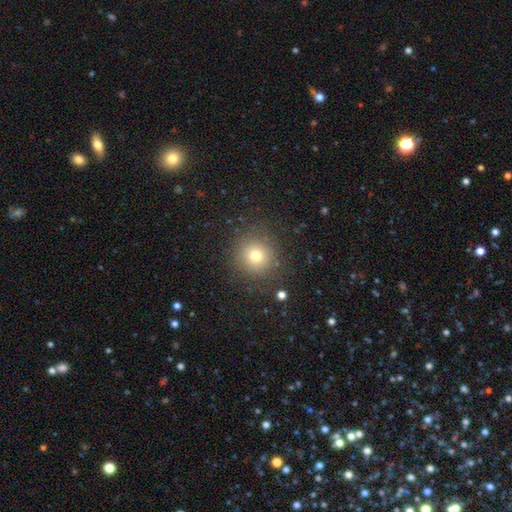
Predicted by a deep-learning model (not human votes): Morphology: type=smooth (73%); roundness=round (93%); merging=none (86%).